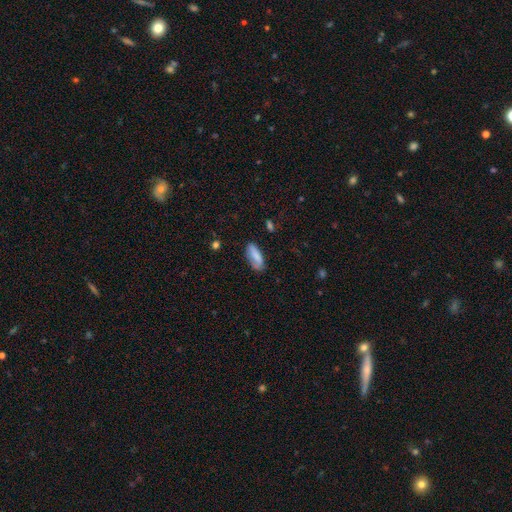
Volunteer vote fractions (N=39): Q: Smooth or featured?
A: smooth (77%); runner-up: featured or disk (13%)
Q: How rounded?
A: in between (60%); runner-up: cigar-shaped (40%)
Q: Merging?
A: none (66%); runner-up: minor disturbance (20%)